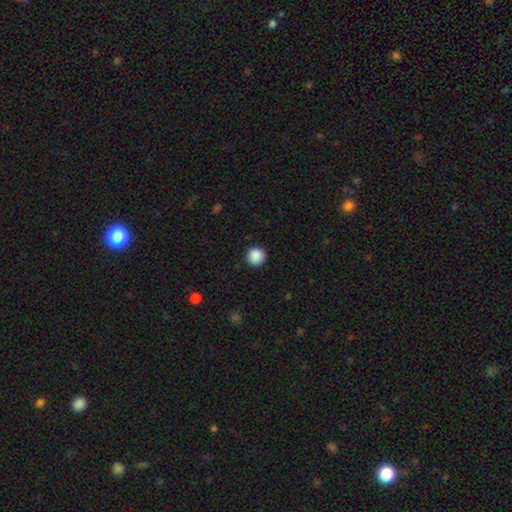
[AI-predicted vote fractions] This is clearly a smooth galaxy (89%). How rounded: clearly round (95%). Merging: clearly none (92%).